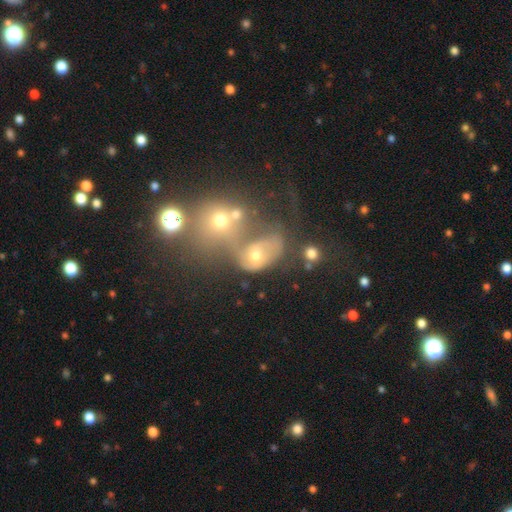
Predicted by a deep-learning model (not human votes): This is possibly a smooth galaxy (51%). How rounded: likely in between (61%). Merging: possibly merger (60%).